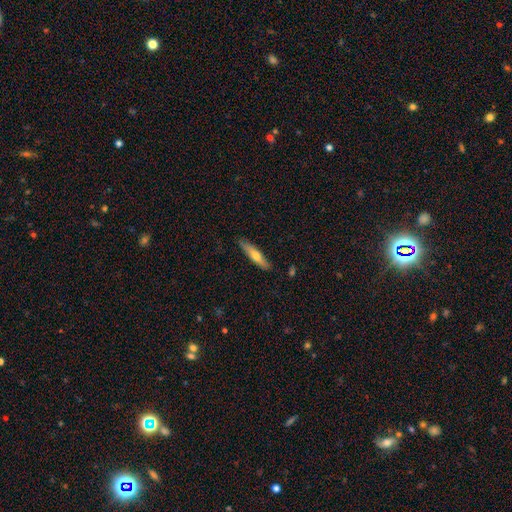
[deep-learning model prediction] A smooth galaxy with no disk features (57%) that is cigar-shaped (84%).

Vote fractions:
- Smooth or featured? smooth: 57% / featured or disk: 37% / star or artifact: 6%
- How rounded? cigar-shaped: 84% / in between: 14% / round: 2%
- Merging? none: 86% / minor disturbance: 11% / major disturbance: 2% / merger: 1%